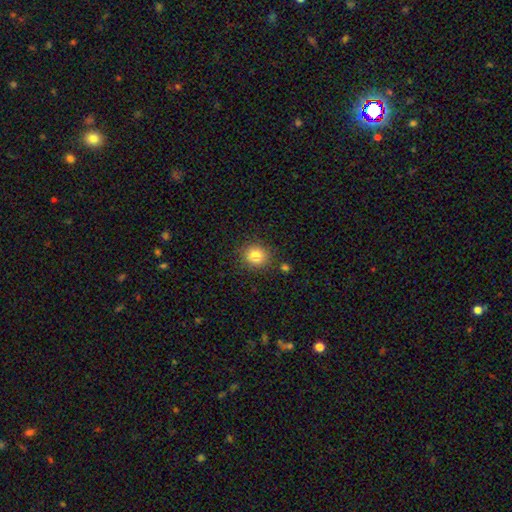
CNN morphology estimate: smooth_or_featured: smooth (p=0.82) [alt: star or artifact p=0.11]
how_rounded: round (p=0.82) [alt: in between p=0.17]
merging: none (p=0.86) [alt: minor disturbance p=0.09]